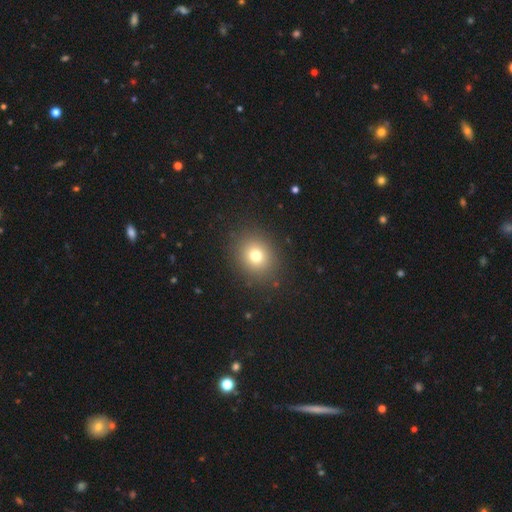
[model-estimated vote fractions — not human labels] smooth 75%, star or artifact 15%, featured or disk 10%. Down the decision tree: how rounded — round (73%); merging — none (88%).